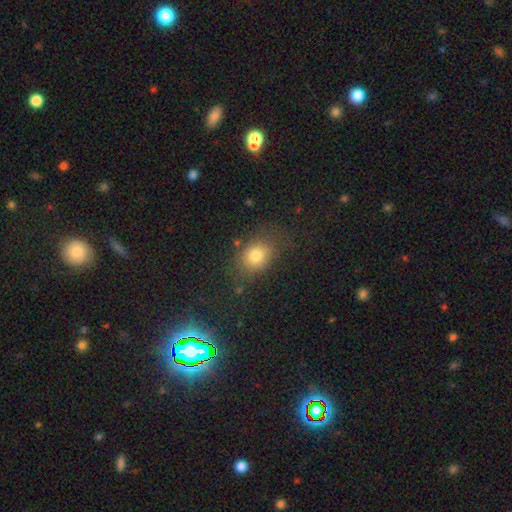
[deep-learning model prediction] Smooth or featured?
  - smooth: 78% *
  - star or artifact: 12%
  - featured or disk: 10%
How rounded?
  - in between: 57% *
  - round: 42%
  - cigar-shaped: 1%
Merging?
  - none: 70% *
  - minor disturbance: 18%
  - major disturbance: 9%
  - merger: 3%